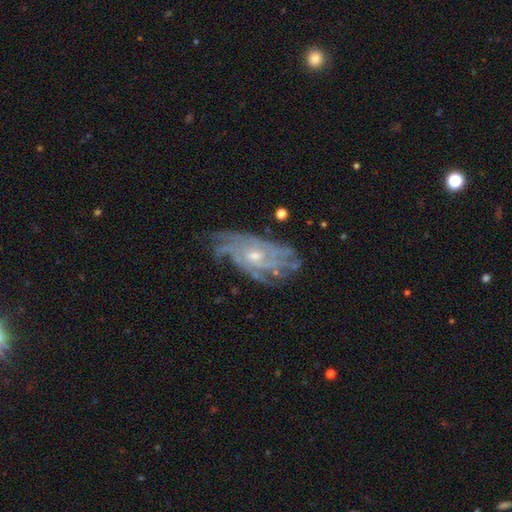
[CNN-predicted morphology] Smooth or featured?
  - featured or disk: 84% *
  - star or artifact: 8%
  - smooth: 8%
Edge-on disk?
  - no: 94% *
  - yes: 6%
Bar?
  - no: 72% *
  - weak: 23%
  - strong: 5%
Spiral arms?
  - yes: 94% *
  - no: 6%
Spiral winding?
  - tight: 61% *
  - medium: 29%
  - loose: 10%
Spiral arm count?
  - can't tell: 37% *
  - 4: 21%
  - more than 4: 15%
  - 3: 12%
  - 2: 8%
  - 1: 6%
Bulge size?
  - small: 52% *
  - moderate: 44%
  - large: 2%
  - none: 2%
  - dominant: 1%
Merging?
  - none: 69% *
  - minor disturbance: 20%
  - major disturbance: 10%
  - merger: 2%